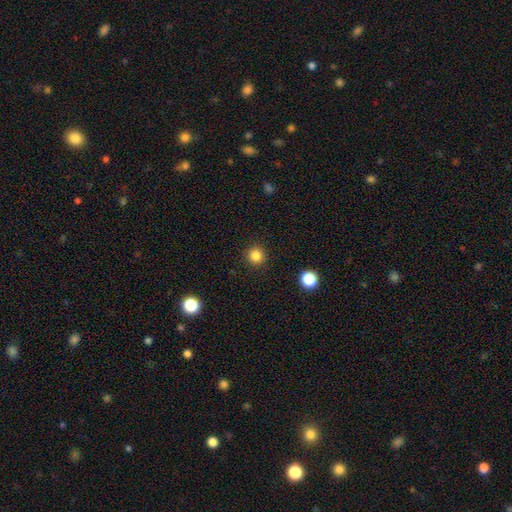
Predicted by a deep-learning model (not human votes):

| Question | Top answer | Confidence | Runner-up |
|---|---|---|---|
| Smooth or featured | smooth | 84% | star or artifact (12%) |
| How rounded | round | 95% | in between (4%) |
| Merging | none | 92% | minor disturbance (5%) |